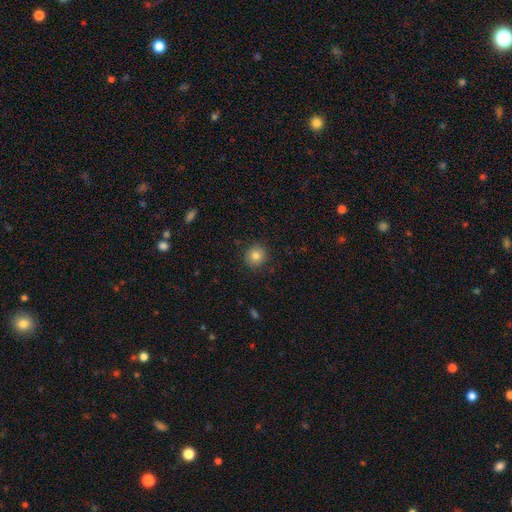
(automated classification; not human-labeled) smooth-or-featured: smooth: 82% | star or artifact: 11% | featured or disk: 7%
  how-rounded: round: 91% | in between: 8% | cigar-shaped: 1%
  merging: none: 89% | minor disturbance: 8% | major disturbance: 2% | merger: 1%